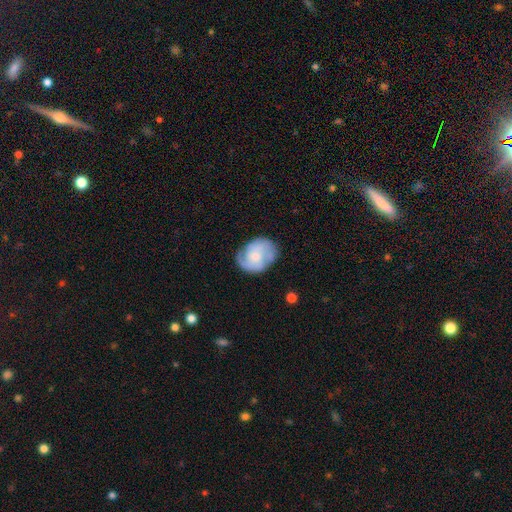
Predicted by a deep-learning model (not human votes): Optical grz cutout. It shows a featured or disk galaxy (67%) with no bar (69%), 2 (50%) medium (43%) spiral arms (88%) and a small central bulge (43%). Merging: none (66%).